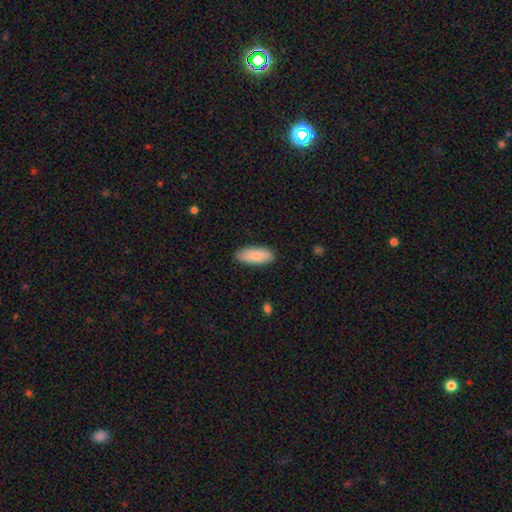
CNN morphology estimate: The model was most divided on "how rounded": in between: 78%, cigar-shaped: 20%, round: 2%. More confident: merging — none (88%); smooth or featured — smooth (87%).